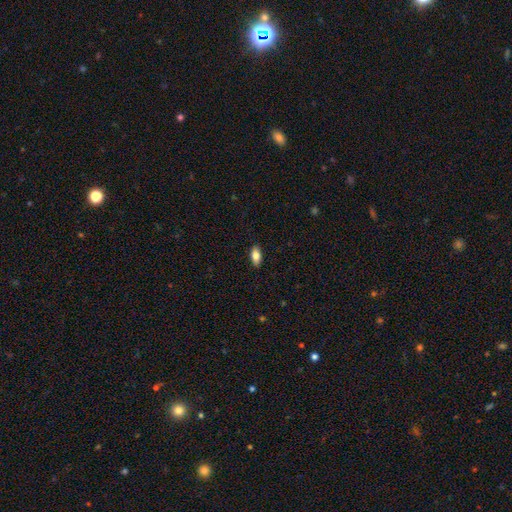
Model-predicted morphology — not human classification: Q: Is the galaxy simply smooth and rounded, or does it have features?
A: smooth — 82%.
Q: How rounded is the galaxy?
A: in between — 89%.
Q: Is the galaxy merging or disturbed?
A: none — 89%.